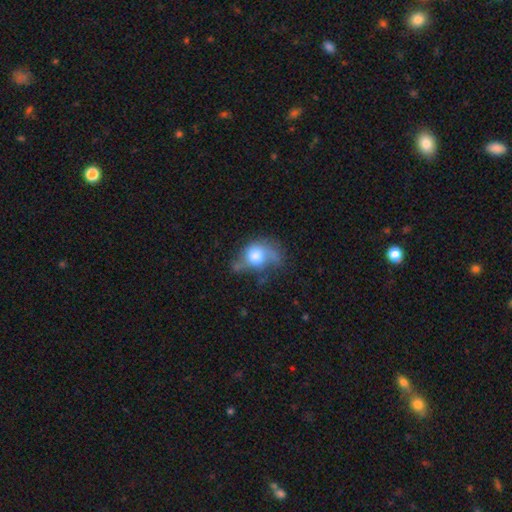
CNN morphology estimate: Smooth or featured? smooth (54%)
How rounded? in between (54%)
Merging? major disturbance (36%)